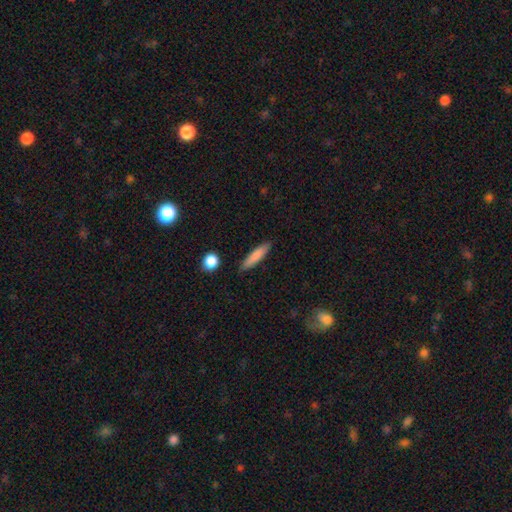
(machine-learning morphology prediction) The model was most divided on "smooth or featured": smooth: 80%, featured or disk: 13%, star or artifact: 7%. More confident: merging — none (87%); how rounded — cigar-shaped (84%).